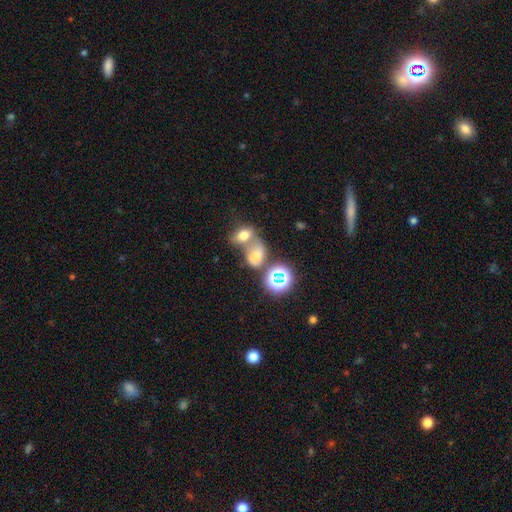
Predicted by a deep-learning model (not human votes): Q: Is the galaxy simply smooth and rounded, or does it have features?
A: smooth — 57%.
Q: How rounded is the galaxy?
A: in between — 71%.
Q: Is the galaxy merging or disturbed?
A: merger — 57%.